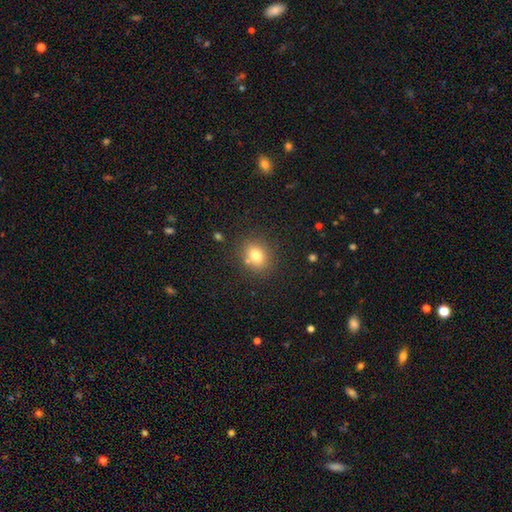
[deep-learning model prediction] The model was most divided on "how rounded": round: 63%, in between: 36%, cigar-shaped: 1%. More confident: merging — none (78%); smooth or featured — smooth (77%).